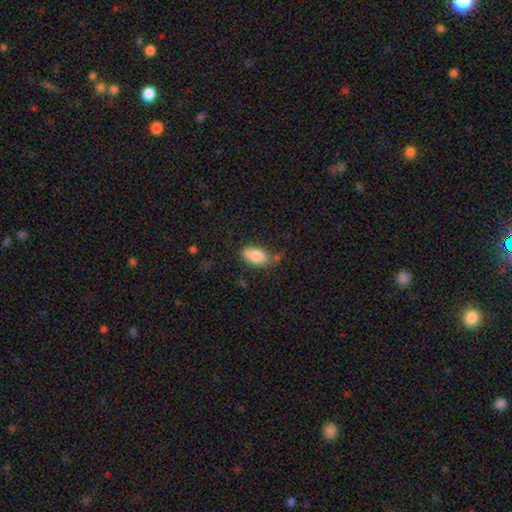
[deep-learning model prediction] Q: Smooth or featured?
A: smooth (83%); runner-up: featured or disk (10%)
Q: How rounded?
A: in between (92%); runner-up: round (4%)
Q: Merging?
A: none (70%); runner-up: minor disturbance (20%)